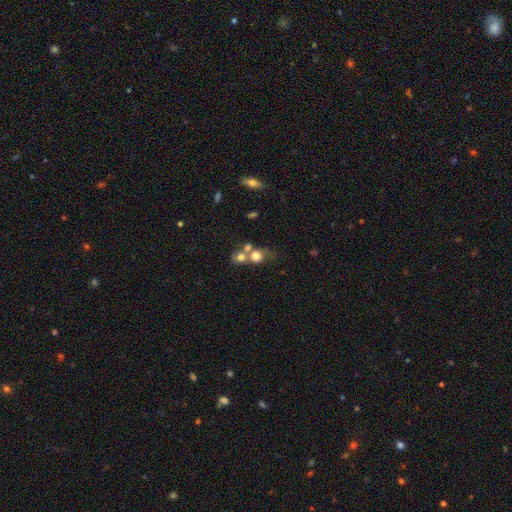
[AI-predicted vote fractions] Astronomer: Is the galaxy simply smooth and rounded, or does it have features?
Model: smooth — 70%.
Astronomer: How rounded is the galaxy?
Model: round — 75%.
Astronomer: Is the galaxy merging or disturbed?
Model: merger — 58%.